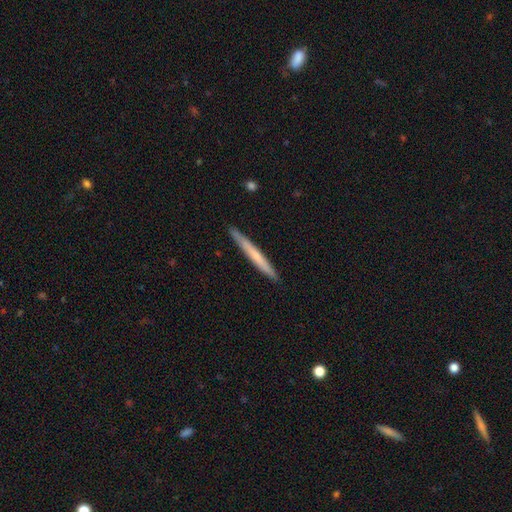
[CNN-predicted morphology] smooth-or-featured: smooth: 57% | featured or disk: 37% | star or artifact: 5%
  how-rounded: cigar-shaped: 97% | in between: 2% | round: 1%
  merging: none: 91% | minor disturbance: 7% | major disturbance: 1% | merger: 1%